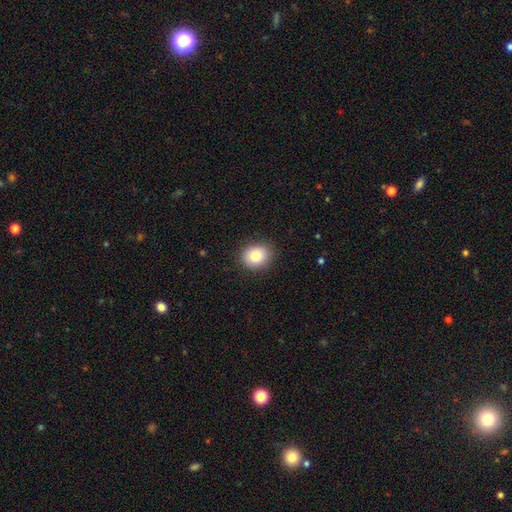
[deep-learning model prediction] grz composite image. It shows a smooth galaxy with no disk features (82%) that is round (68%). Merging: none (89%).